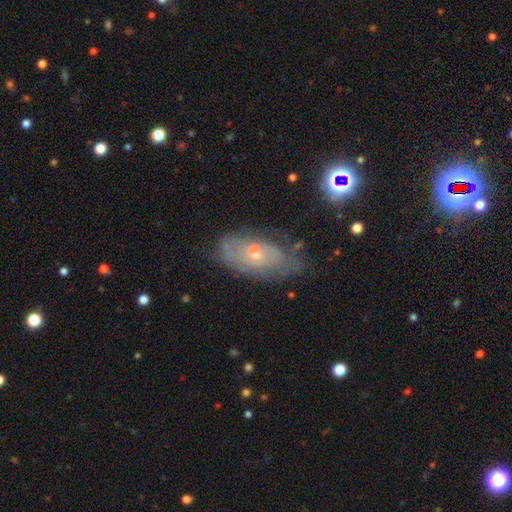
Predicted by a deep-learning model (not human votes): Smooth or featured?
  - featured or disk: 63% *
  - smooth: 25%
  - star or artifact: 12%
Edge-on disk?
  - no: 90% *
  - yes: 10%
Bar?
  - no: 59% *
  - weak: 34%
  - strong: 7%
Spiral arms?
  - yes: 64% *
  - no: 36%
Bulge size?
  - small: 64% *
  - moderate: 32%
  - none: 2%
  - large: 1%
  - dominant: 1%
Merging?
  - none: 61% *
  - minor disturbance: 26%
  - major disturbance: 10%
  - merger: 3%